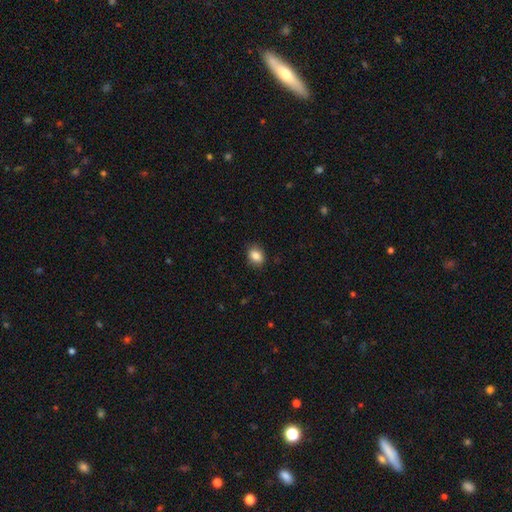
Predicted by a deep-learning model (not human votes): smooth-or-featured: smooth: 85% | star or artifact: 9% | featured or disk: 6%
  how-rounded: in between: 67% | round: 32% | cigar-shaped: 1%
  merging: none: 86% | minor disturbance: 11% | major disturbance: 2% | merger: 1%